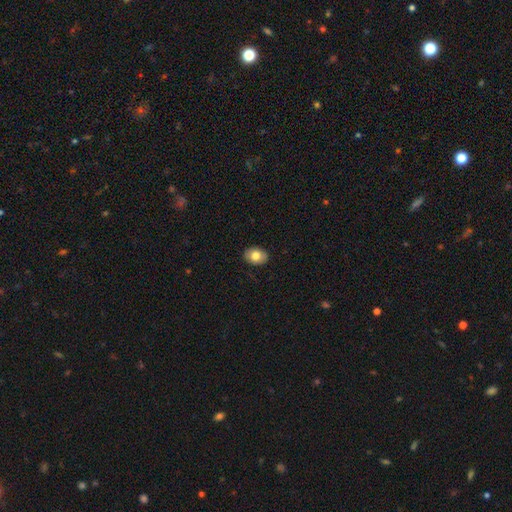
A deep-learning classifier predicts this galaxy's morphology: A smooth galaxy with no disk features (76%) that is in between round and cigar-shaped (71%).

Vote fractions:
- Smooth or featured? smooth: 76% / featured or disk: 16% / star or artifact: 7%
- How rounded? in between: 71% / round: 28% / cigar-shaped: 1%
- Merging? none: 88% / minor disturbance: 9% / major disturbance: 2% / merger: 1%